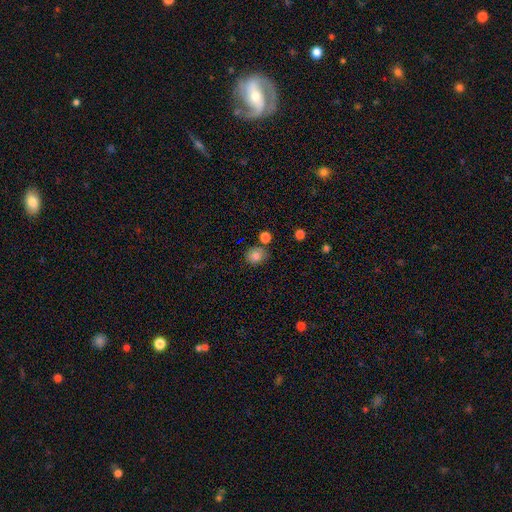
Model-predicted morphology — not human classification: This is clearly a smooth galaxy (82%). How rounded: likely round (68%). Merging: likely none (70%).